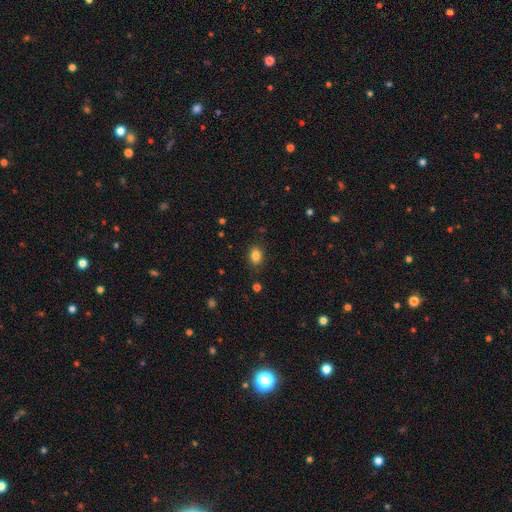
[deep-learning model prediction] Smooth or featured? Predicted: smooth (p=0.84). How rounded? Predicted: in between (p=0.67). Merging? Predicted: none (p=0.86).